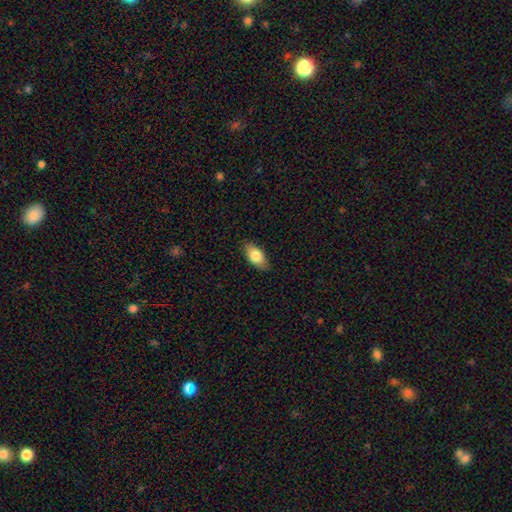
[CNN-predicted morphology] A smooth galaxy with no disk features (80%) that is in between round and cigar-shaped (91%).

Vote fractions:
- Smooth or featured? smooth: 80% / featured or disk: 14% / star or artifact: 6%
- How rounded? in between: 91% / cigar-shaped: 5% / round: 3%
- Merging? none: 87% / minor disturbance: 10% / major disturbance: 2% / merger: 1%